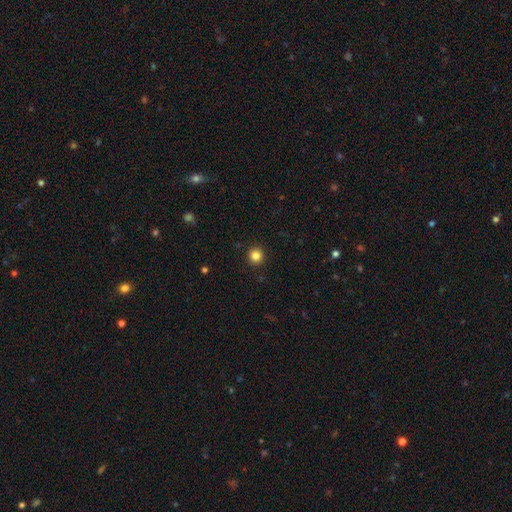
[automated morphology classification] smooth_or_featured: smooth (p=0.84) [alt: star or artifact p=0.12]
how_rounded: round (p=0.95) [alt: in between p=0.04]
merging: none (p=0.93) [alt: minor disturbance p=0.04]